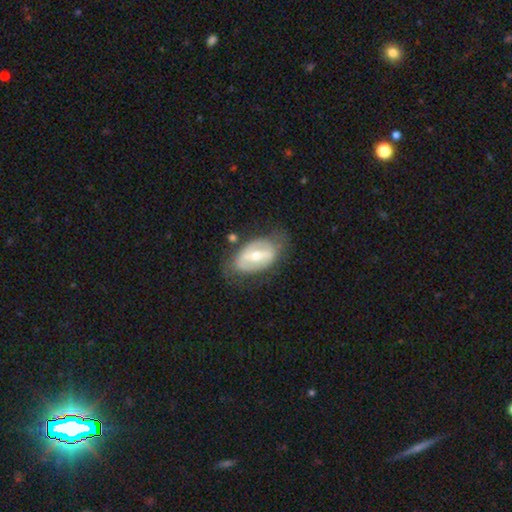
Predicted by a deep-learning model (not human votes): This appears to be a featured or disk galaxy (68%) with a strong bar (57%), no spiral arms (58%) and a moderate central bulge (62%). Merging: none (64%).